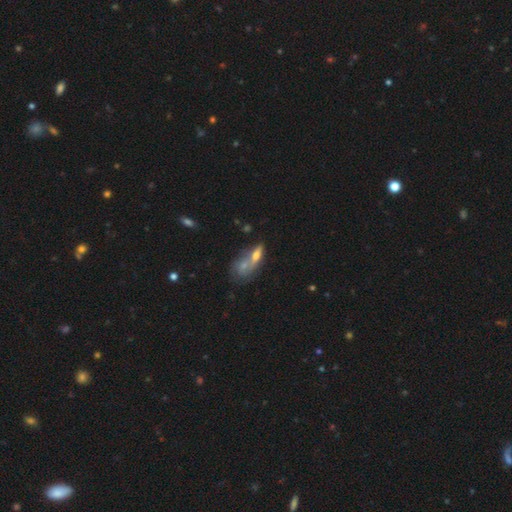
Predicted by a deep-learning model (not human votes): Smooth or featured? Predicted: smooth (p=0.57). How rounded? Predicted: in between (p=0.60). Merging? Predicted: merger (p=0.50).